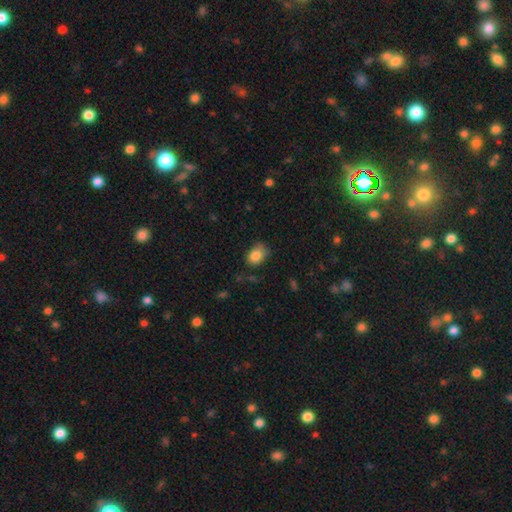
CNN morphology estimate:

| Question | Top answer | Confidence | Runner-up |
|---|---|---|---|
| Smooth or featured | smooth | 83% | star or artifact (9%) |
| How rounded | in between | 64% | round (35%) |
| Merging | none | 62% | minor disturbance (29%) |